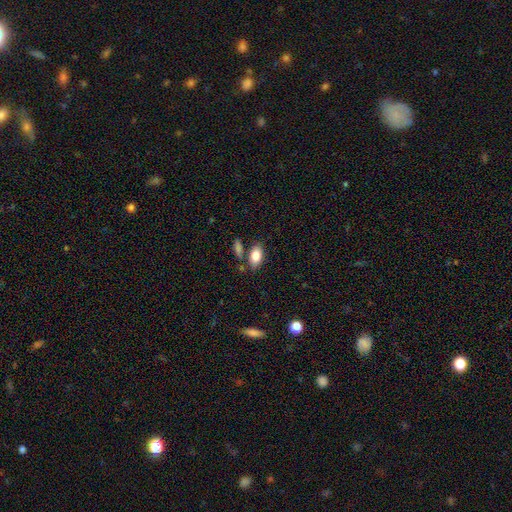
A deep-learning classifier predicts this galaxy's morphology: The model was most divided on "merging": none: 75%, minor disturbance: 12%, merger: 10%, major disturbance: 3%. More confident: how rounded — in between (91%); smooth or featured — smooth (83%).